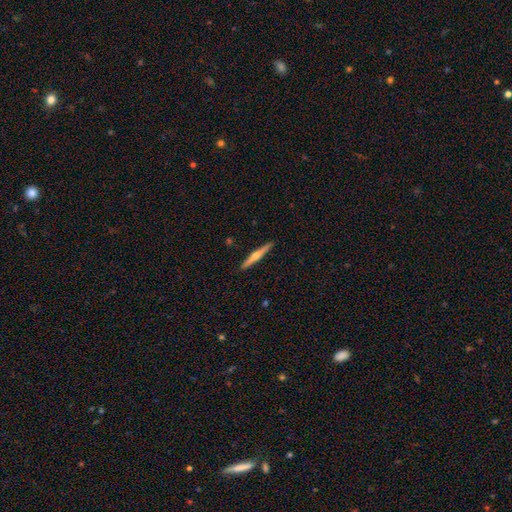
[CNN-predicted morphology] Smooth or featured?
  - featured or disk: 65% *
  - smooth: 30%
  - star or artifact: 5%
Edge-on disk?
  - yes: 98% *
  - no: 2%
Edge-on bulge?
  - rounded: 89% *
  - none: 7%
  - boxy: 4%
Merging?
  - none: 92% *
  - minor disturbance: 6%
  - major disturbance: 1%
  - merger: 1%